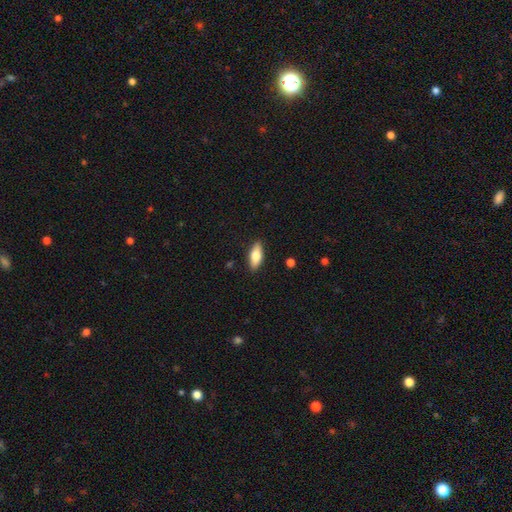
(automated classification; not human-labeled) Smooth or featured: smooth — 72% (featured or disk — 22%)
How rounded: in between — 74% (cigar-shaped — 23%)
Merging: none — 88% (minor disturbance — 9%)